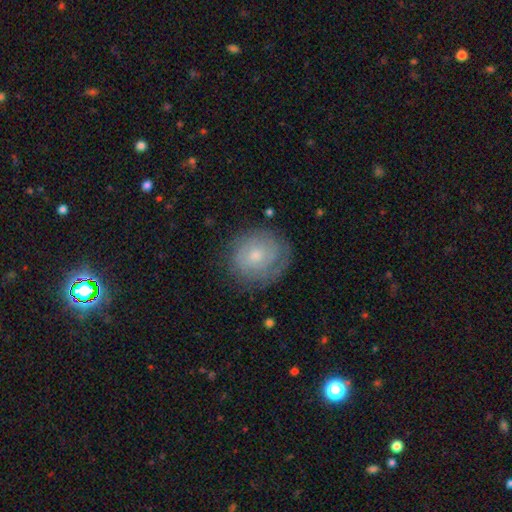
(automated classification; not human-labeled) Smooth or featured: featured or disk — 58% (smooth — 35%)
Edge-on disk: no — 97% (yes — 3%)
Bar: no — 73% (weak — 24%)
Spiral arms: yes — 80% (no — 20%)
Bulge size: moderate — 50% (small — 41%)
Merging: none — 75% (minor disturbance — 17%)